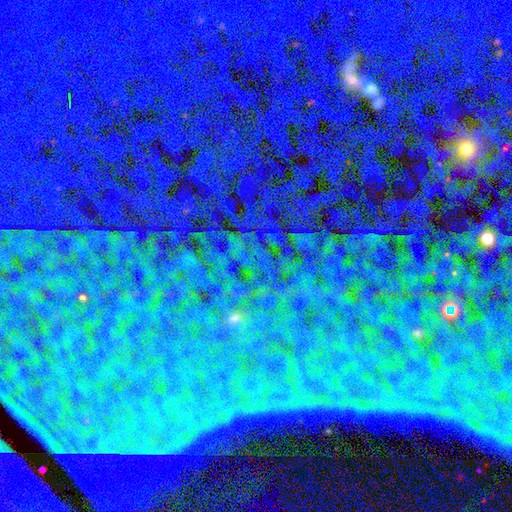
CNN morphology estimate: Overall: star or artifact (82%).